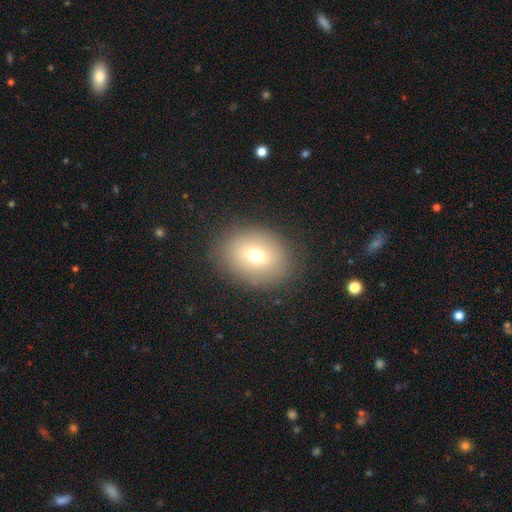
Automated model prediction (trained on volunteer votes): Overall: smooth (69%). How rounded: round (51%; in between 48%). Merging: none (85%).